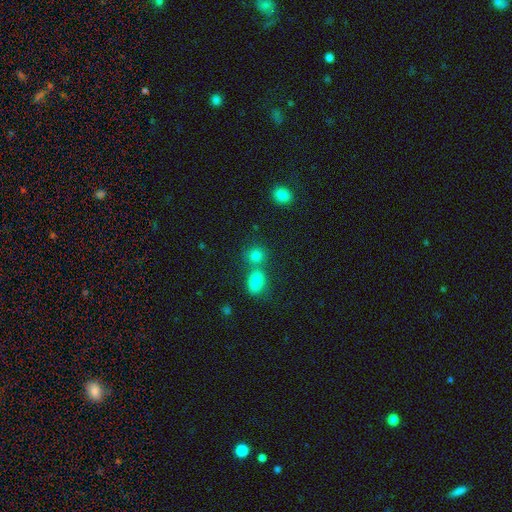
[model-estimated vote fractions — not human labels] Overall: smooth (79%). How rounded: round (73%). Merging: none (51%; merger 39%).